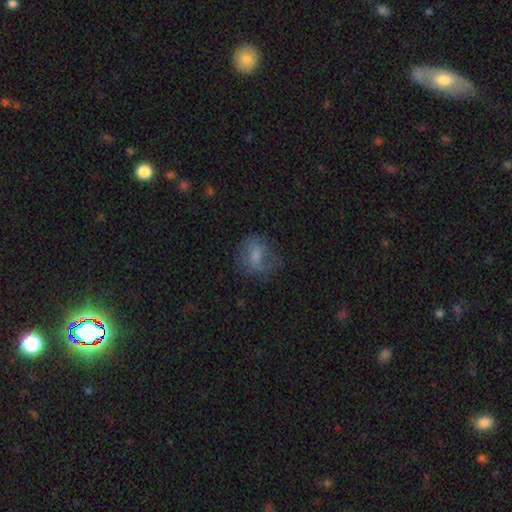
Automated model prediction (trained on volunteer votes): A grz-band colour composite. It shows a smooth galaxy with no disk features (59%) that is in between round and cigar-shaped (52%). Merging: none (55%).